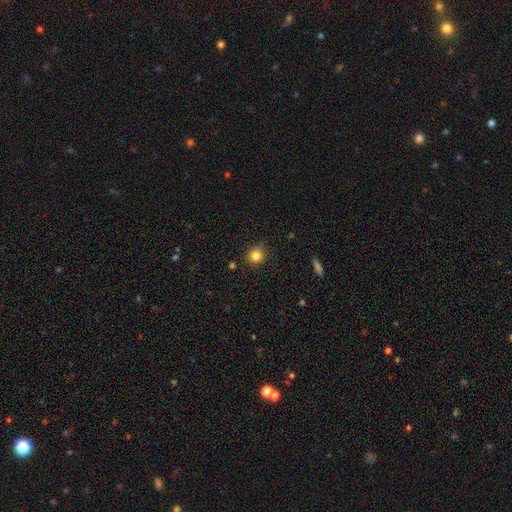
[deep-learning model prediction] smooth_or_featured: smooth (p=0.82) [alt: star or artifact p=0.12]
how_rounded: round (p=0.84) [alt: in between p=0.14]
merging: none (p=0.79) [alt: minor disturbance p=0.17]